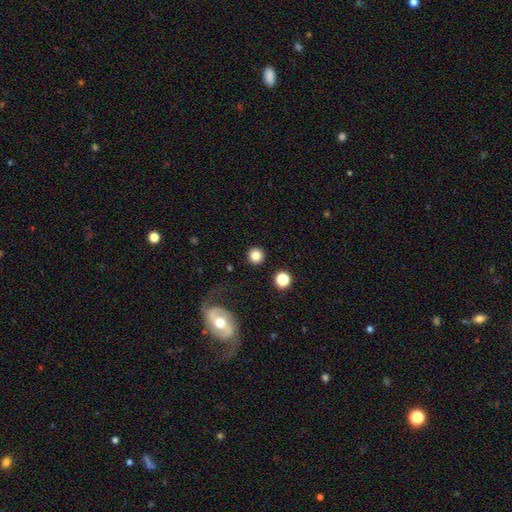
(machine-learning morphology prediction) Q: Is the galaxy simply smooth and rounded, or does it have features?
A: smooth — 82%.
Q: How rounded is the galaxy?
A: round — 95%.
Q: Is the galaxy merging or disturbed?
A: none — 90%.